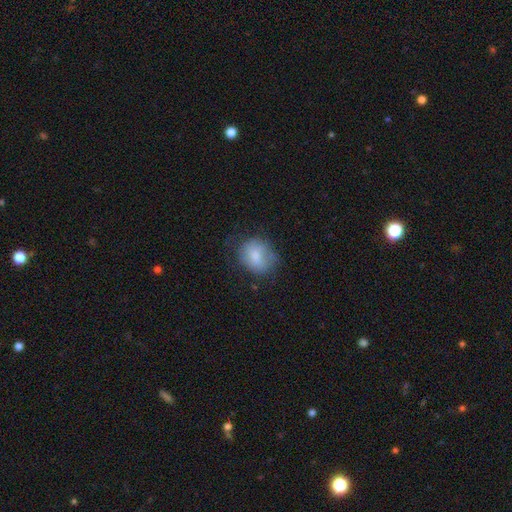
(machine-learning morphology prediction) A smooth galaxy with no disk features (77%) that is round (57%).

Vote fractions:
- Smooth or featured? smooth: 77% / featured or disk: 15% / star or artifact: 8%
- How rounded? round: 57% / in between: 42% / cigar-shaped: 1%
- Merging? none: 57% / minor disturbance: 29% / major disturbance: 12% / merger: 2%